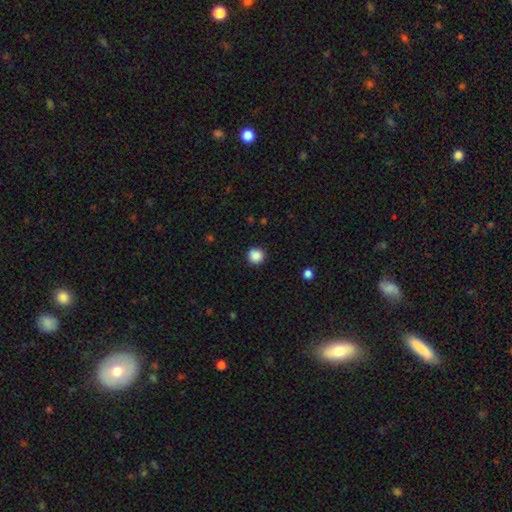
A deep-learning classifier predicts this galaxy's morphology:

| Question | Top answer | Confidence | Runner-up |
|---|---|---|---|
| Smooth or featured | smooth | 88% | star or artifact (10%) |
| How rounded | round | 95% | in between (4%) |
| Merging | none | 92% | minor disturbance (5%) |